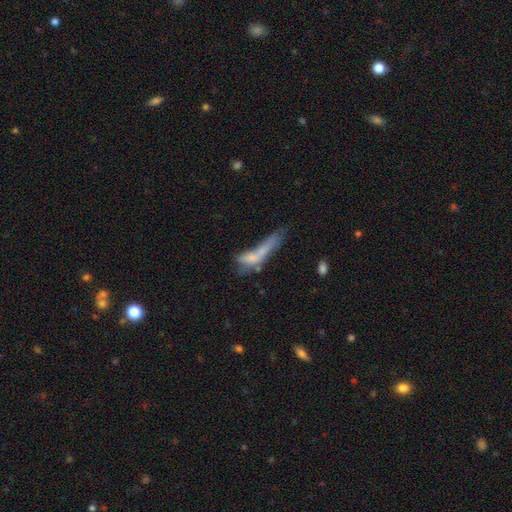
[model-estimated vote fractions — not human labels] Smooth or featured?
  - smooth: 59% *
  - featured or disk: 29%
  - star or artifact: 11%
How rounded?
  - cigar-shaped: 72% *
  - in between: 25%
  - round: 3%
Merging?
  - major disturbance: 33% *
  - merger: 26%
  - none: 22%
  - minor disturbance: 19%